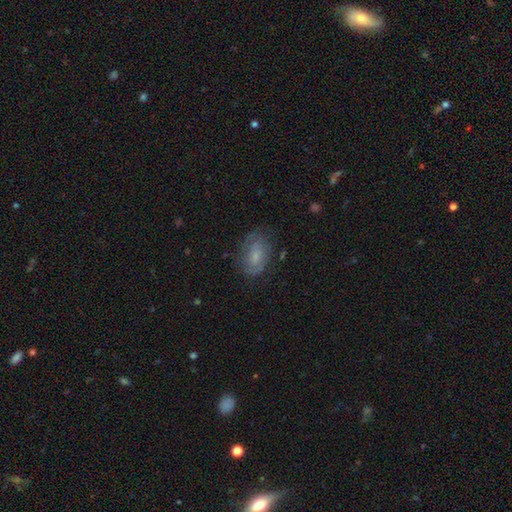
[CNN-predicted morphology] Smooth or featured?
  - smooth: 54% *
  - featured or disk: 36%
  - star or artifact: 10%
How rounded?
  - in between: 84% *
  - round: 14%
  - cigar-shaped: 2%
Merging?
  - none: 67% *
  - minor disturbance: 22%
  - major disturbance: 9%
  - merger: 2%